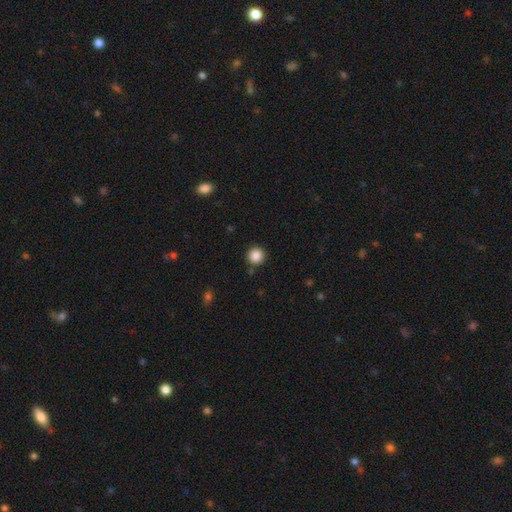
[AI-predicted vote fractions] This is clearly a smooth galaxy (86%). How rounded: clearly round (95%). Merging: clearly none (89%).